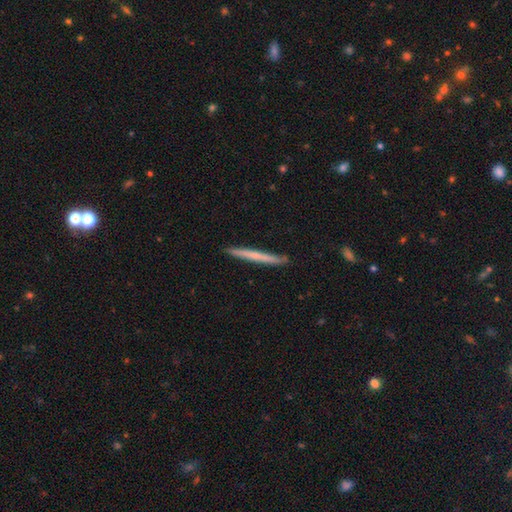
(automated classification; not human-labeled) smooth_or_featured: smooth (p=0.53) [alt: featured or disk p=0.42]
how_rounded: cigar-shaped (p=0.97) [alt: in between p=0.02]
merging: none (p=0.90) [alt: minor disturbance p=0.07]